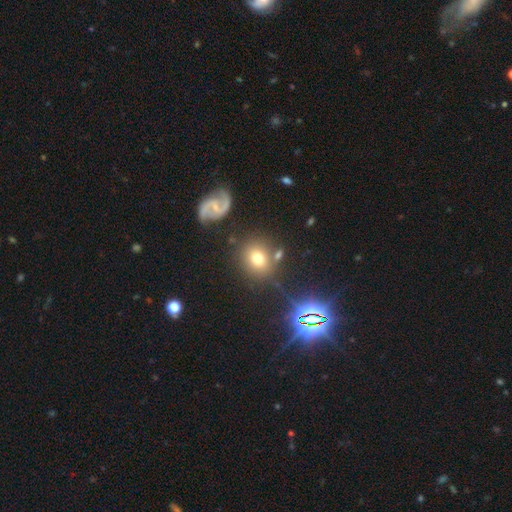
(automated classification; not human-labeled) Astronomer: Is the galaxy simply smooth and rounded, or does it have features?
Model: smooth — 59%.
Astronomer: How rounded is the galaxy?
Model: round — 76%.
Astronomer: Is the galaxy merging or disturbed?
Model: none — 76%.